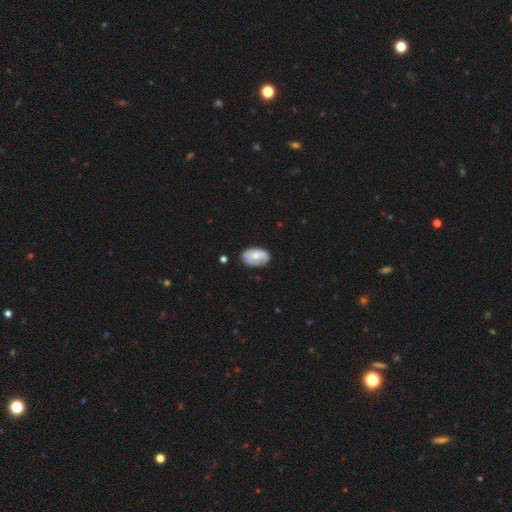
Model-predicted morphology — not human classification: smooth_or_featured: smooth (p=0.64) [alt: featured or disk p=0.29]
how_rounded: in between (p=0.91) [alt: round p=0.08]
merging: none (p=0.74) [alt: minor disturbance p=0.20]